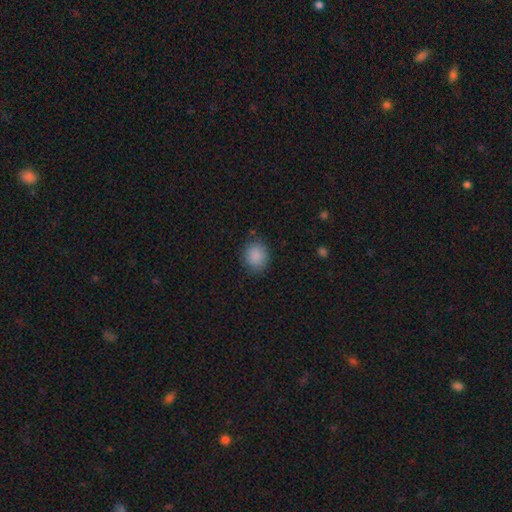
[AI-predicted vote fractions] Smooth or featured? smooth (88%)
How rounded? round (70%)
Merging? none (82%)